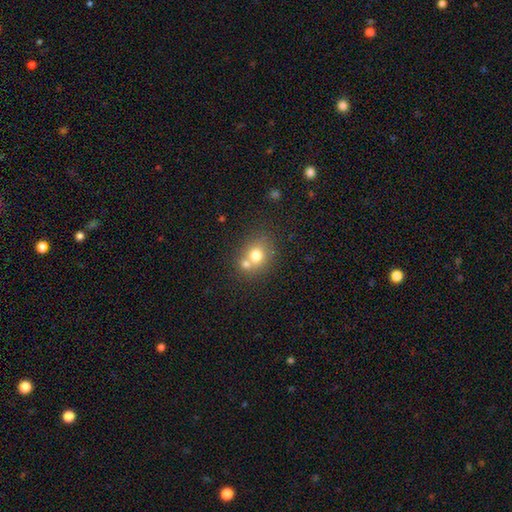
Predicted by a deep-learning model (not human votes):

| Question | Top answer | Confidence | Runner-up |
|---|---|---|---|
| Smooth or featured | smooth | 72% | featured or disk (16%) |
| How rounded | round | 69% | in between (30%) |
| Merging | none | 45% | merger (42%) |